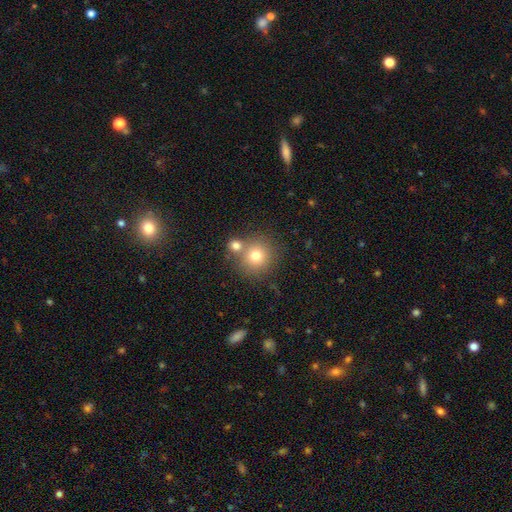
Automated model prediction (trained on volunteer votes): smooth-or-featured: smooth: 76% | star or artifact: 13% | featured or disk: 11%
  how-rounded: round: 91% | in between: 8% | cigar-shaped: 1%
  merging: none: 65% | merger: 24% | minor disturbance: 8% | major disturbance: 3%